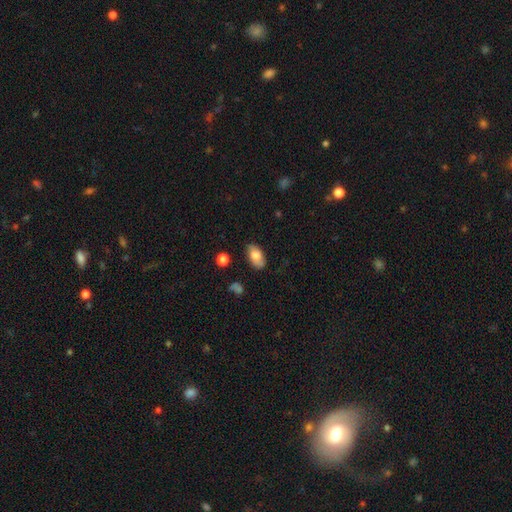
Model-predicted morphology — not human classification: This is likely a smooth galaxy (71%). How rounded: clearly in between (92%). Merging: likely none (74%).